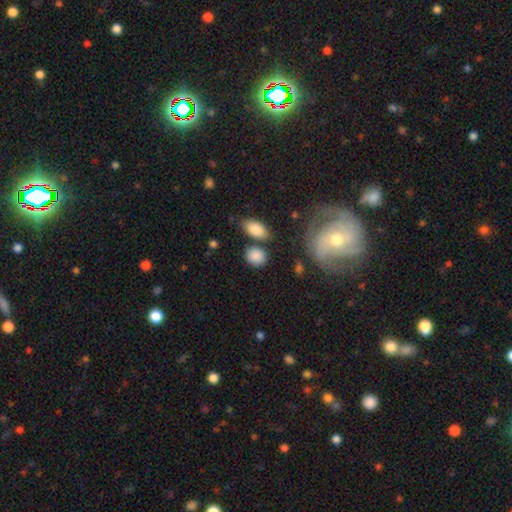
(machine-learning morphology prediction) type=smooth (87%); roundness=round (52%); merging=none (71%).